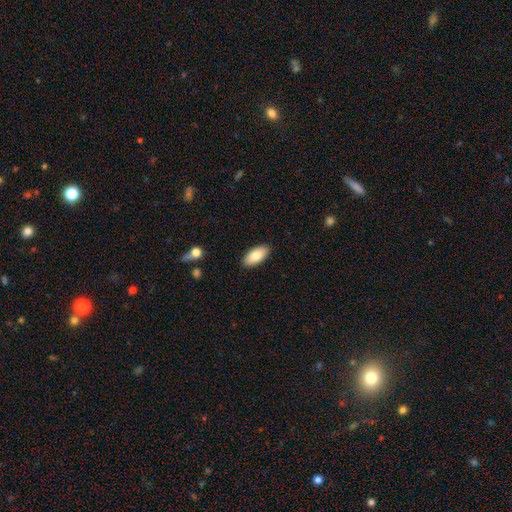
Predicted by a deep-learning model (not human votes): Smooth or featured: smooth — 83% (featured or disk — 11%)
How rounded: in between — 91% (cigar-shaped — 7%)
Merging: none — 89% (minor disturbance — 8%)